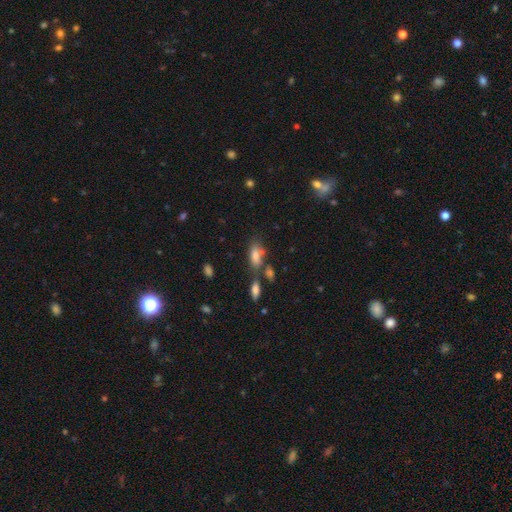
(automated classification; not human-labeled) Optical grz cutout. It shows a smooth galaxy with no disk features (72%) that is in between round and cigar-shaped (84%). Merging: none (49%).